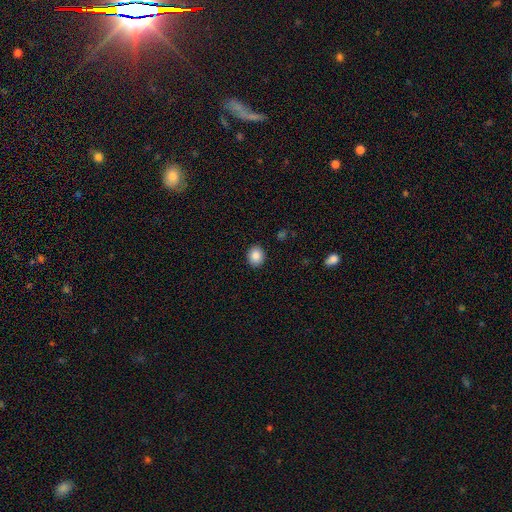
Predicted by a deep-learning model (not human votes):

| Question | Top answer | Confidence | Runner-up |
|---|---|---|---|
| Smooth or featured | smooth | 87% | star or artifact (9%) |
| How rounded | round | 69% | in between (30%) |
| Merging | none | 91% | minor disturbance (6%) |